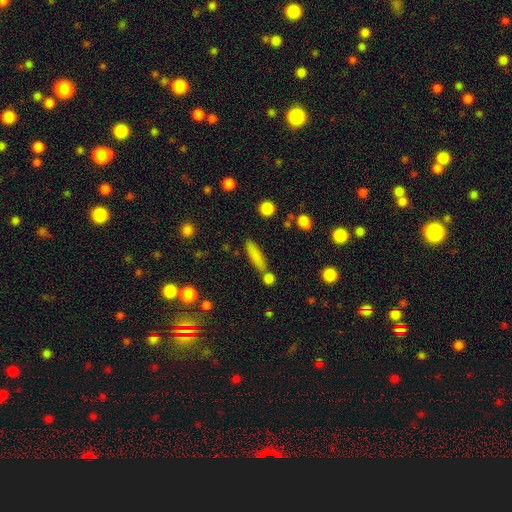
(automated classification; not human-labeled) Smooth or featured?
  - smooth: 79% *
  - featured or disk: 13%
  - star or artifact: 9%
How rounded?
  - cigar-shaped: 76% *
  - in between: 21%
  - round: 3%
Merging?
  - none: 71% *
  - merger: 13%
  - minor disturbance: 12%
  - major disturbance: 4%